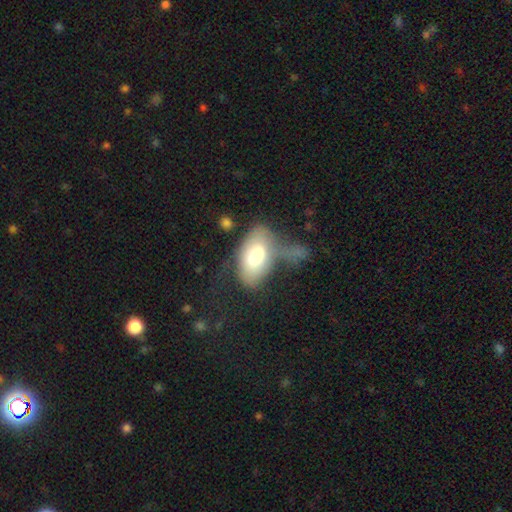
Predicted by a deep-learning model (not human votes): smooth-or-featured: smooth: 71% | featured or disk: 23% | star or artifact: 6%
  how-rounded: in between: 94% | round: 4% | cigar-shaped: 2%
  merging: major disturbance: 34% | none: 26% | minor disturbance: 24% | merger: 15%